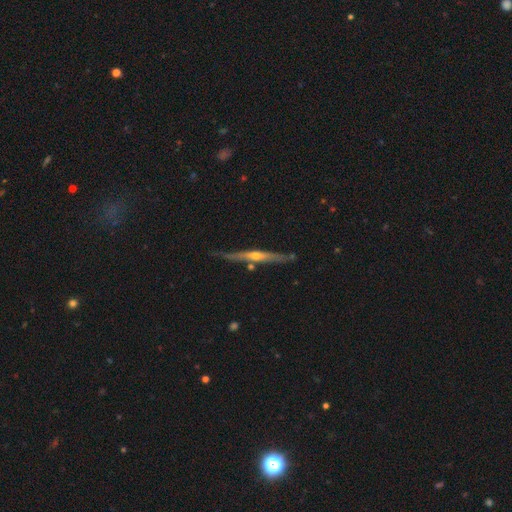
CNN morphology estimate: This appears to be a featured or disk galaxy (74%) viewed edge-on (96%) with a rounded central bulge (79%). Merging: none (77%).